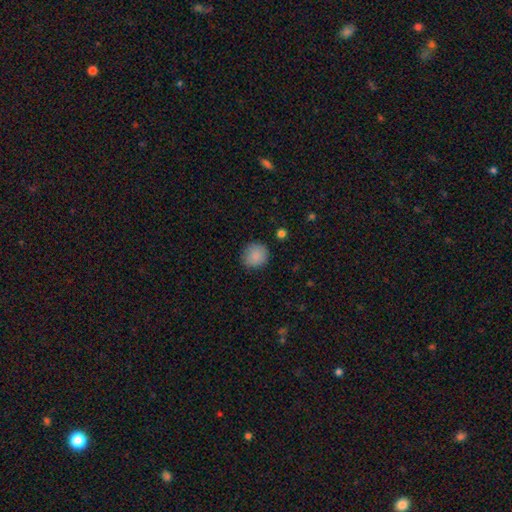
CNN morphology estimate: Smooth or featured?
  - smooth: 88% *
  - star or artifact: 8%
  - featured or disk: 4%
How rounded?
  - round: 90% *
  - in between: 9%
  - cigar-shaped: 1%
Merging?
  - none: 86% *
  - minor disturbance: 10%
  - major disturbance: 3%
  - merger: 1%